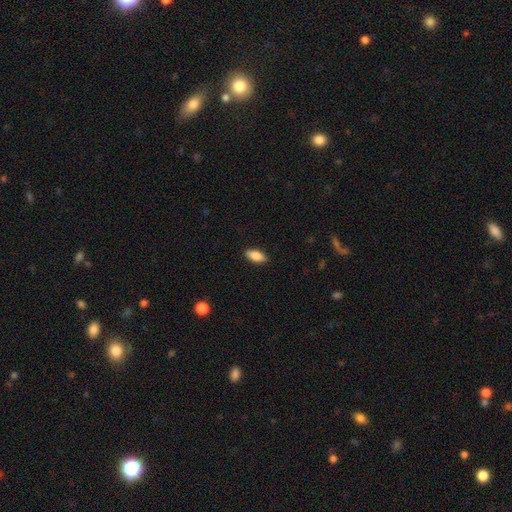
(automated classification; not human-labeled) Smooth or featured? smooth (83%)
How rounded? in between (86%)
Merging? none (88%)